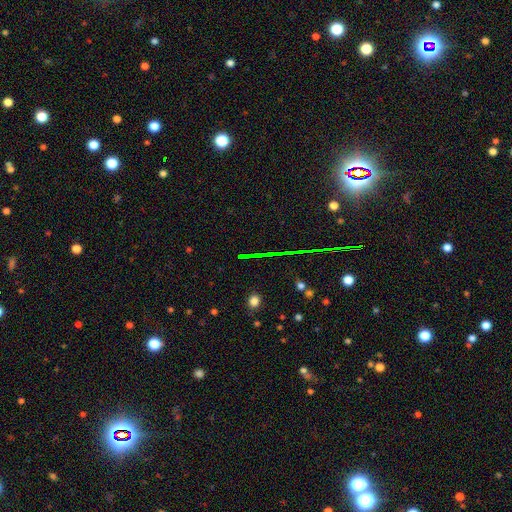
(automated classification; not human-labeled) Smooth or featured? star or artifact (74%)